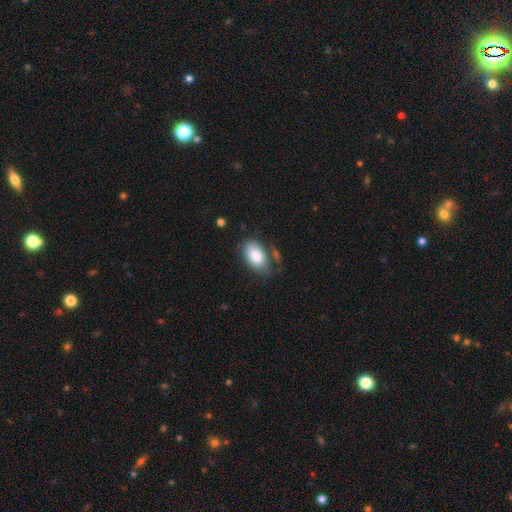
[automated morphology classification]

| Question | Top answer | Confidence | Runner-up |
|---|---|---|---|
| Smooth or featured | smooth | 82% | featured or disk (12%) |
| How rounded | in between | 93% | round (6%) |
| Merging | none | 53% | minor disturbance (26%) |